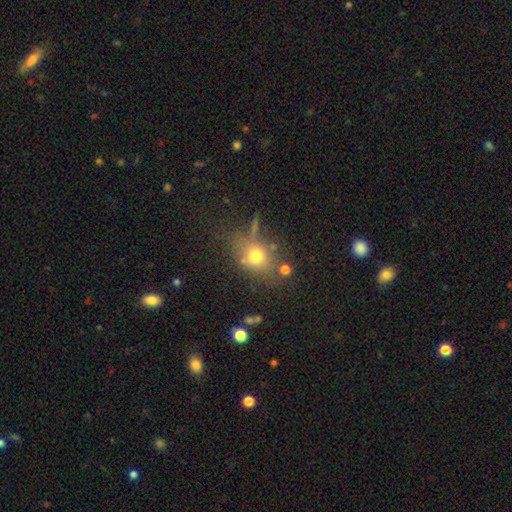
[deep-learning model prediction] Smooth or featured? Predicted: smooth (p=0.66). How rounded? Predicted: in between (p=0.55). Merging? Predicted: none (p=0.58).